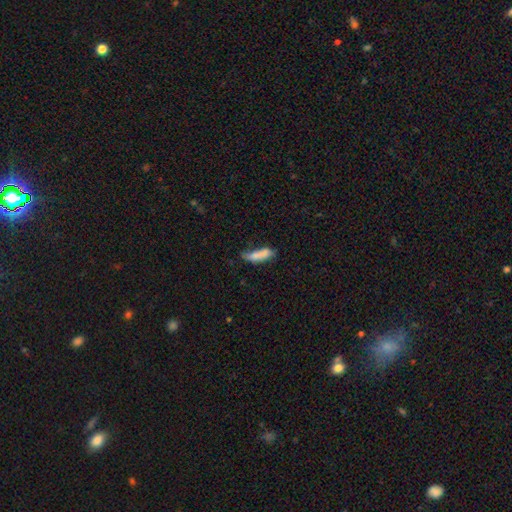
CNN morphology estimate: The model was most divided on "merging": none: 50%, minor disturbance: 29%, major disturbance: 12%, merger: 9%. More confident: smooth or featured — smooth (73%); how rounded — cigar-shaped (67%).